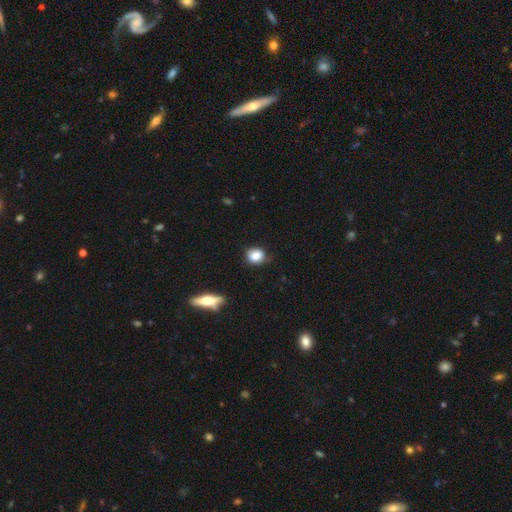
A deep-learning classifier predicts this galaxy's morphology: Smooth or featured: smooth — 83% (star or artifact — 9%)
How rounded: round — 57% (in between — 41%)
Merging: none — 70% (minor disturbance — 23%)